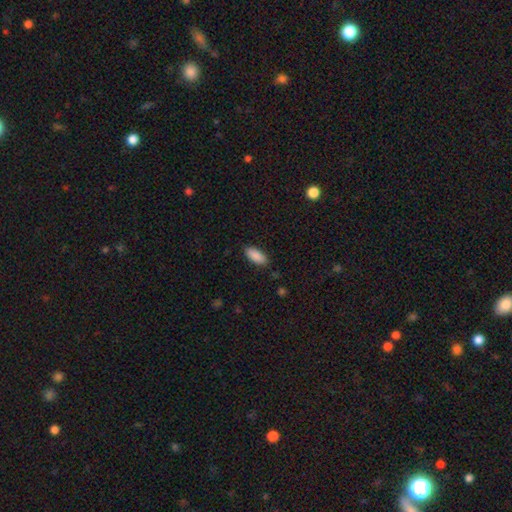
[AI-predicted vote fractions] A smooth galaxy with no disk features (90%) that is in between round and cigar-shaped (86%). Merging: none (87%).